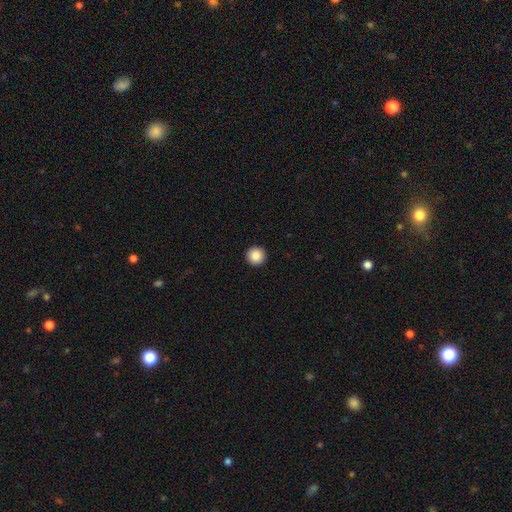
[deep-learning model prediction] smooth-or-featured: smooth: 87% | star or artifact: 9% | featured or disk: 4%
  how-rounded: round: 96% | in between: 3% | cigar-shaped: 1%
  merging: none: 94% | minor disturbance: 4% | major disturbance: 1% | merger: 1%